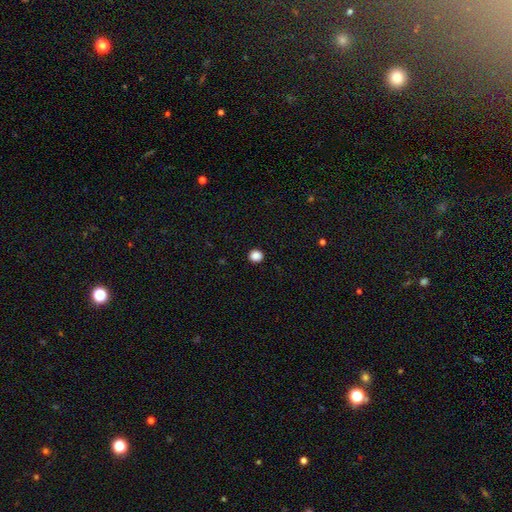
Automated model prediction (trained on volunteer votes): A smooth galaxy with no disk features (87%) that is round (87%).

Vote fractions:
- Smooth or featured? smooth: 87% / star or artifact: 11% / featured or disk: 3%
- How rounded? round: 87% / in between: 12% / cigar-shaped: 1%
- Merging? none: 92% / minor disturbance: 5% / major disturbance: 2% / merger: 1%